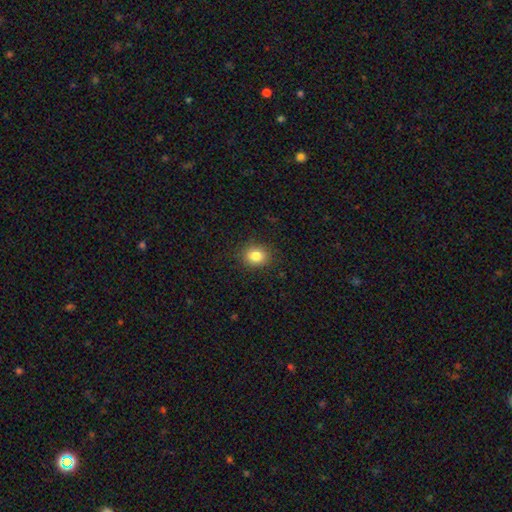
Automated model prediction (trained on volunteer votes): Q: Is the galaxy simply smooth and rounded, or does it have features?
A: smooth — 84%.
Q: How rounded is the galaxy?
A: round — 60%.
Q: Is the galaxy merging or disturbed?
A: none — 87%.